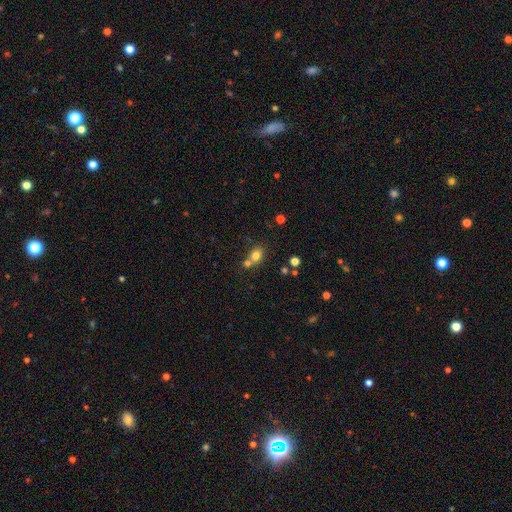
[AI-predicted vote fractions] Smooth or featured? Predicted: smooth (p=0.76). How rounded? Predicted: in between (p=0.57). Merging? Predicted: none (p=0.46).